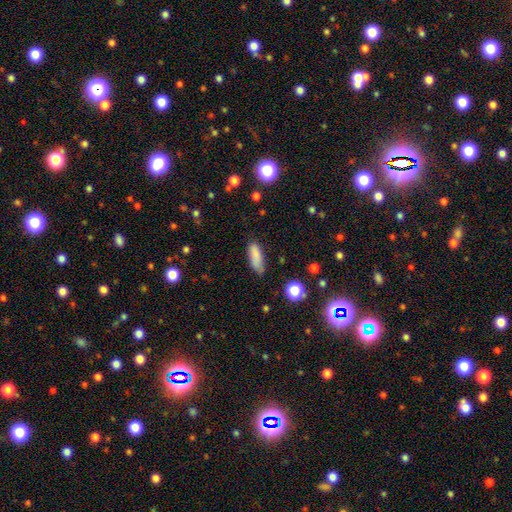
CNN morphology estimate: Smooth or featured? smooth (83%)
How rounded? in between (60%)
Merging? none (67%)